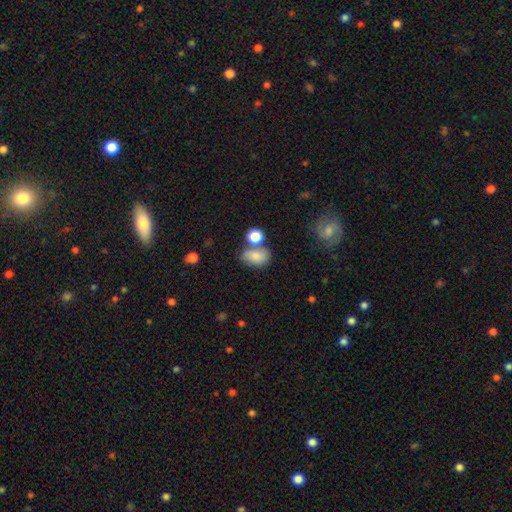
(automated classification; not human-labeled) Morphology: type=smooth (78%); roundness=in between (78%); merging=none (45%).